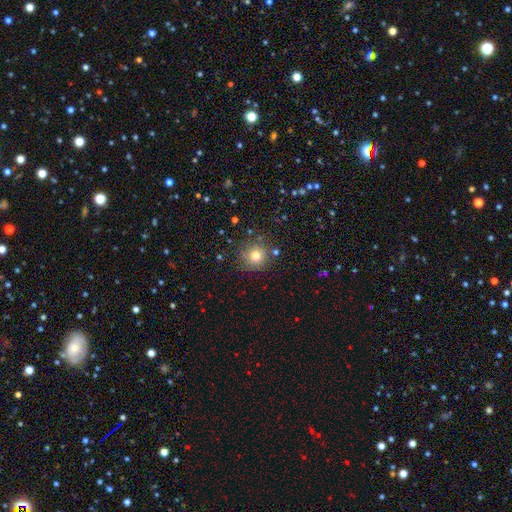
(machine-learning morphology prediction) A smooth galaxy with no disk features (77%) that is round (92%).

Vote fractions:
- Smooth or featured? smooth: 77% / star or artifact: 14% / featured or disk: 9%
- How rounded? round: 92% / in between: 7% / cigar-shaped: 1%
- Merging? none: 82% / minor disturbance: 10% / merger: 4% / major disturbance: 3%